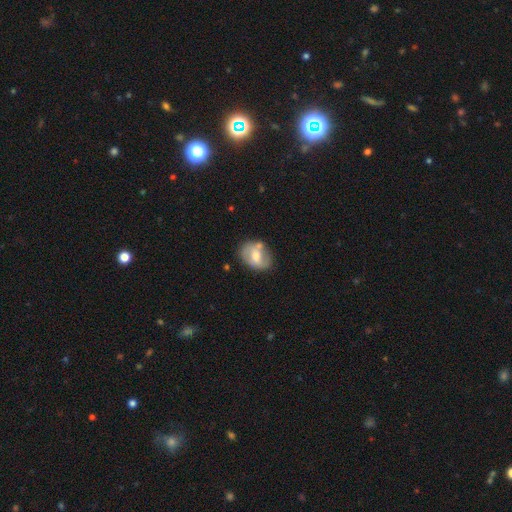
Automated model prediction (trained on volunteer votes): Morphology: type=smooth (48%); merging=none (65%).